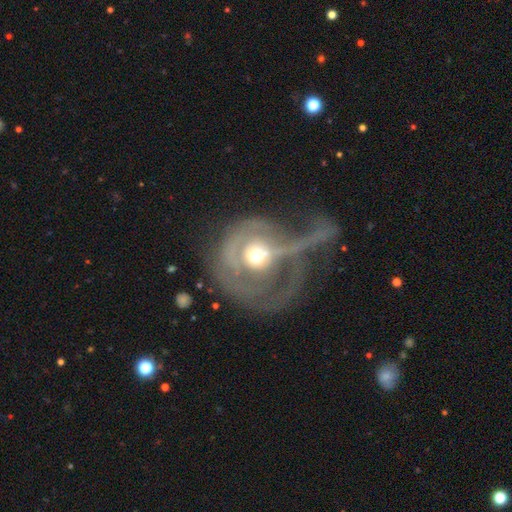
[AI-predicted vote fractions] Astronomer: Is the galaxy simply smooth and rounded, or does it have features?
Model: featured or disk — 70%.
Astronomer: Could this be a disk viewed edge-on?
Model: no — 96%.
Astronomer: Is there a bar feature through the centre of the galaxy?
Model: no — 79%.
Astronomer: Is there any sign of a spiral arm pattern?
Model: yes — 56% (runner-up: no, 44%).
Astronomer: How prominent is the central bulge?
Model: moderate — 66%.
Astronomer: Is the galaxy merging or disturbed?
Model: major disturbance — 56%.